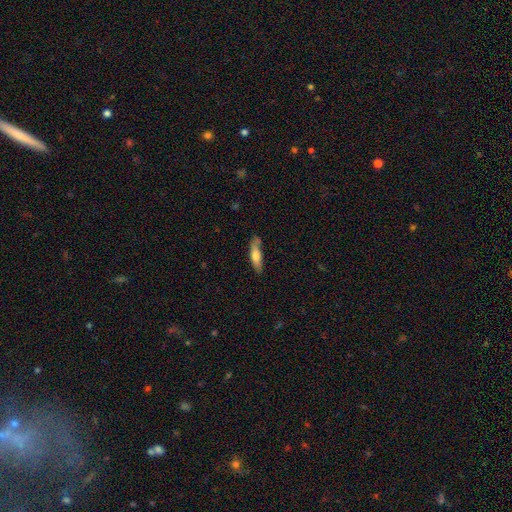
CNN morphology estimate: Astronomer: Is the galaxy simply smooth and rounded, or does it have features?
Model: smooth — 63%.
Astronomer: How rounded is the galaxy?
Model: cigar-shaped — 68%.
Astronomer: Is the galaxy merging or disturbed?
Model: none — 67%.